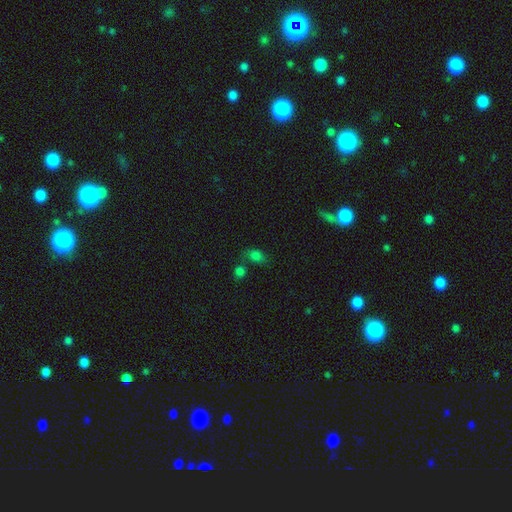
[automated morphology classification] The model was most divided on "merging": none: 50%, merger: 25%, minor disturbance: 17%, major disturbance: 9%. More confident: smooth or featured — smooth (72%); how rounded — in between (72%).